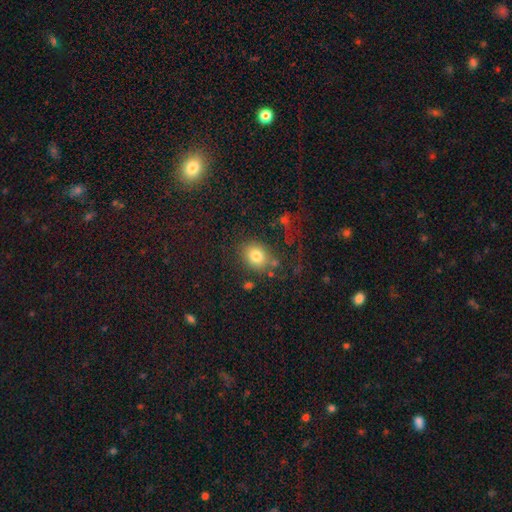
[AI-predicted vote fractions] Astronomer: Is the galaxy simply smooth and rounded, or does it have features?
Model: smooth — 80%.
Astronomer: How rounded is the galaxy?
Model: round — 57% (runner-up: in between, 42%).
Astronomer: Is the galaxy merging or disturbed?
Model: none — 71%.